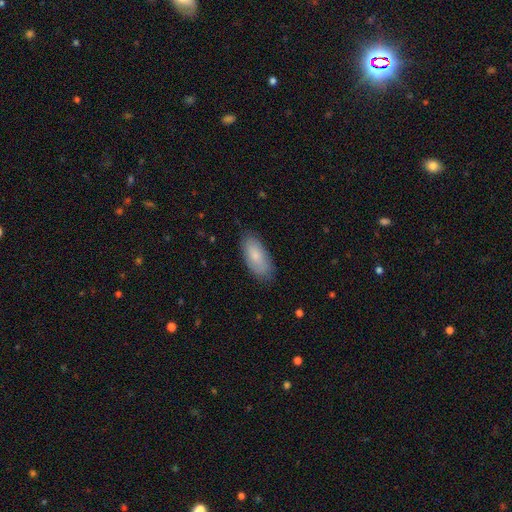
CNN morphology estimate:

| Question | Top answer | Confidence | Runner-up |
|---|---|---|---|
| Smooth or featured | smooth | 81% | featured or disk (14%) |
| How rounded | in between | 88% | cigar-shaped (10%) |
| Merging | none | 80% | minor disturbance (16%) |